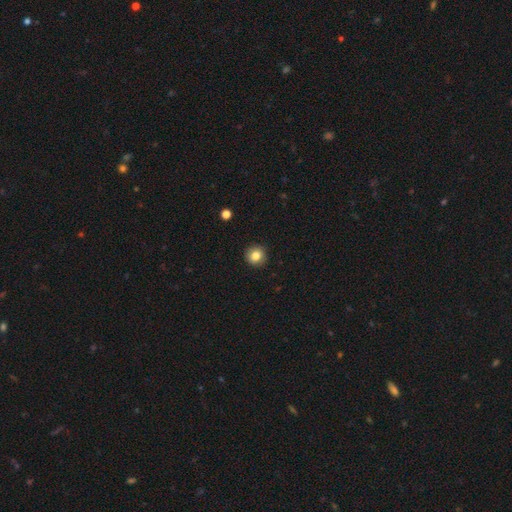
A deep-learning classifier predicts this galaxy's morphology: smooth 82%, star or artifact 10%, featured or disk 8%. Down the decision tree: how rounded — round (92%); merging — none (90%).